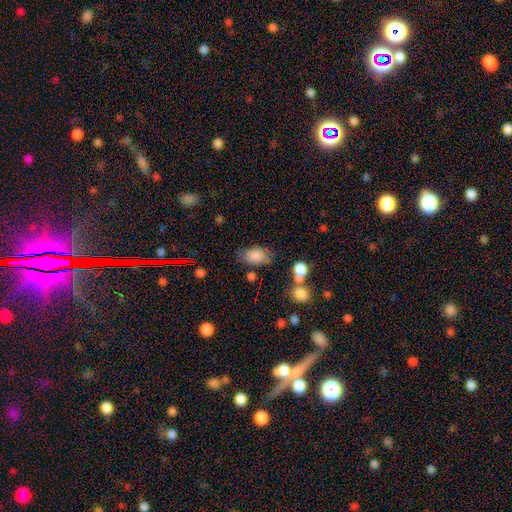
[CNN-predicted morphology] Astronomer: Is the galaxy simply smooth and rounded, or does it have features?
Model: smooth — 83%.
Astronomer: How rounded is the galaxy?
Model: in between — 87%.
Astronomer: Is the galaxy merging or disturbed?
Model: none — 63%.